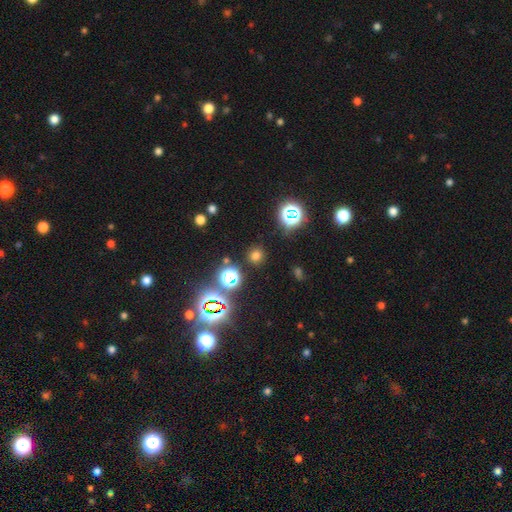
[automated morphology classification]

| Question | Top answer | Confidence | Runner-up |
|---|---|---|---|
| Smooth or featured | smooth | 65% | star or artifact (29%) |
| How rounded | round | 90% | in between (9%) |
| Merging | none | 87% | minor disturbance (8%) |